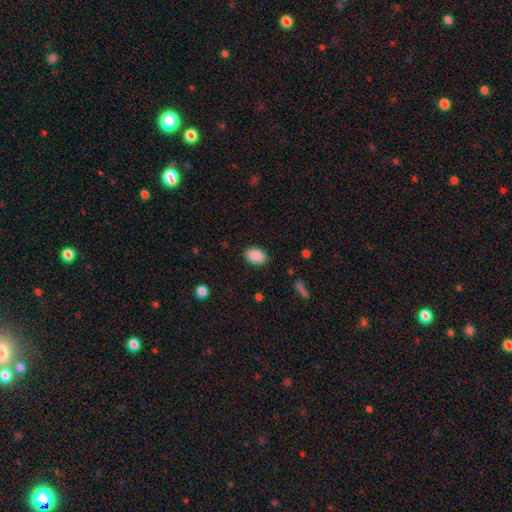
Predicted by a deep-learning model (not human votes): A smooth galaxy with no disk features (90%) that is in between round and cigar-shaped (85%). Merging: none (87%).